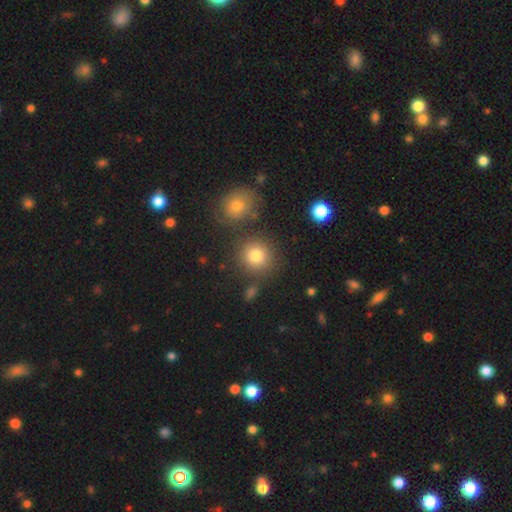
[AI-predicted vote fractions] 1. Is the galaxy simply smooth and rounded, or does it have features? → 80% smooth, 12% star or artifact, 7% featured or disk.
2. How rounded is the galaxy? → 90% round, 9% in between, 1% cigar-shaped.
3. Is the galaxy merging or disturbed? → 78% none, 10% merger, 9% minor disturbance, 3% major disturbance.